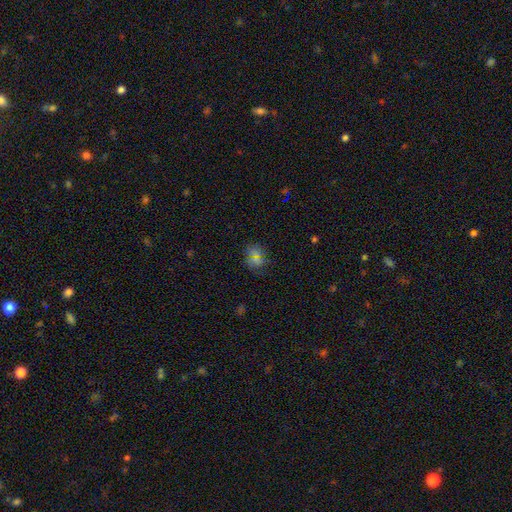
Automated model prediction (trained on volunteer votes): The model was most divided on "smooth or featured": smooth: 56%, star or artifact: 33%, featured or disk: 11%. More confident: merging — none (73%); how rounded — round (72%).